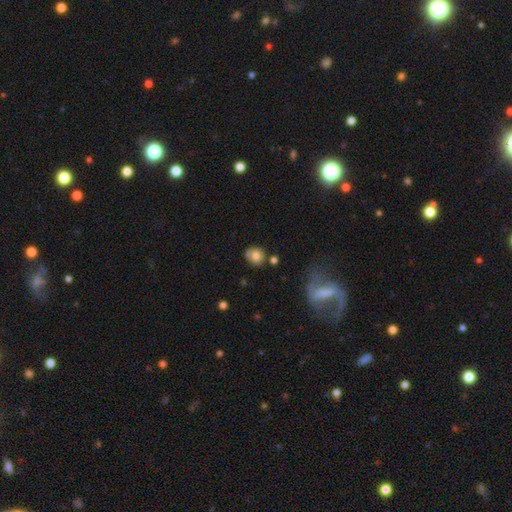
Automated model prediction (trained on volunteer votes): This appears to be a smooth galaxy with no disk features (74%) that is round (76%). Merging: none (66%).